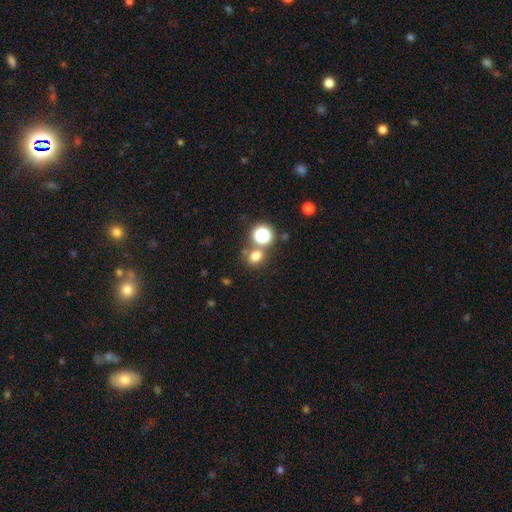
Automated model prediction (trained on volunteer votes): A smooth galaxy with no disk features (71%) that is round (67%). Merging: none (66%).